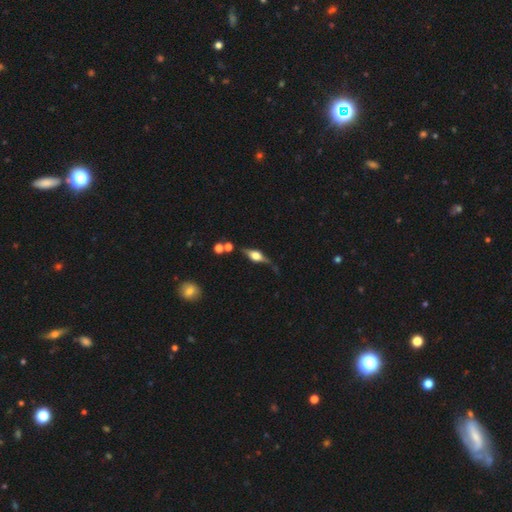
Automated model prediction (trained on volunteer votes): smooth_or_featured: featured or disk (p=0.74) [alt: smooth p=0.18]
disk_edge_on: yes (p=0.95) [alt: no p=0.05]
edge_on_bulge: rounded (p=0.92) [alt: boxy p=0.07]
merging: none (p=0.71) [alt: minor disturbance p=0.17]